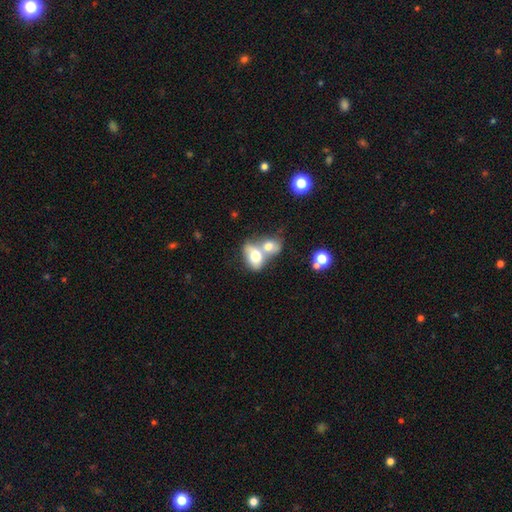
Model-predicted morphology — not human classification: The model was most divided on "smooth or featured": smooth: 70%, featured or disk: 22%, star or artifact: 8%. More confident: how rounded — in between (79%); merging — merger (73%).